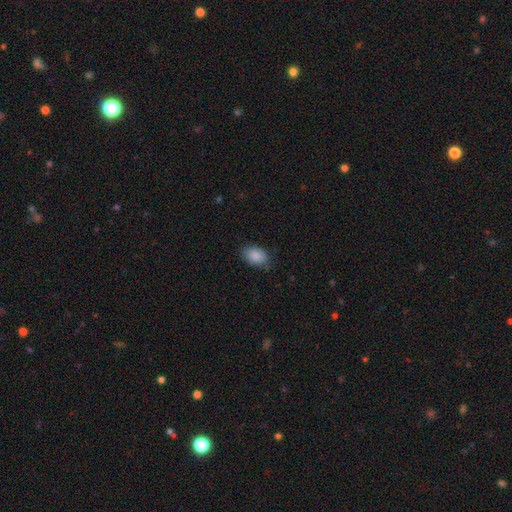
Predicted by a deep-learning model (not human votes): This appears to be a smooth galaxy with no disk features (88%) that is in between round and cigar-shaped (86%). Merging: none (79%).